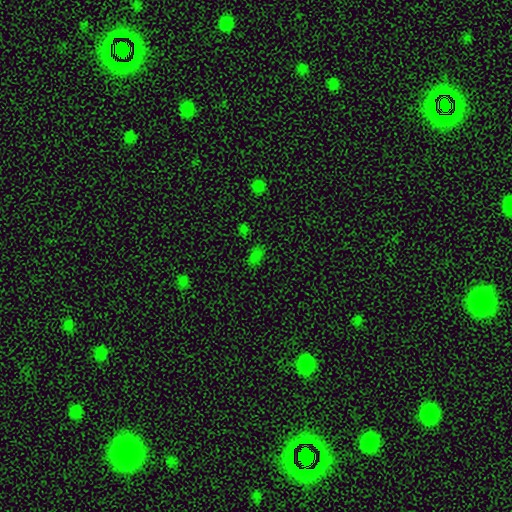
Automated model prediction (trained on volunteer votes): Overall: smooth (57%; star or artifact 36%). How rounded: in between (79%). Merging: none (79%).